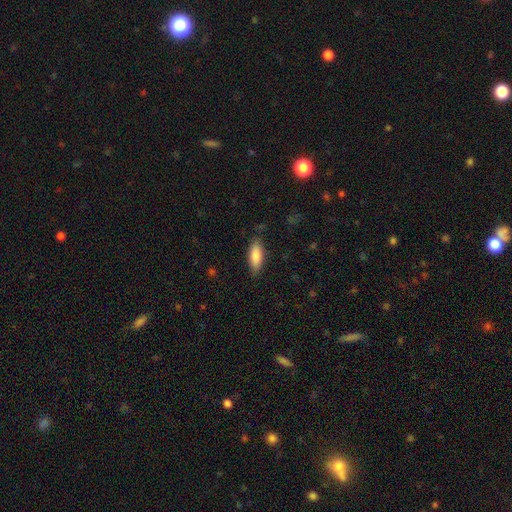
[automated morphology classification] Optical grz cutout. It shows a smooth galaxy with no disk features (84%) that is in between round and cigar-shaped (69%). Merging: none (82%).